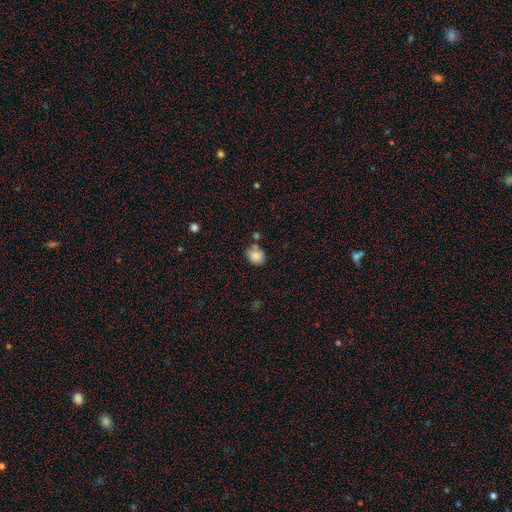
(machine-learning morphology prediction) smooth 85%, star or artifact 9%, featured or disk 6%. Down the decision tree: how rounded — round (69%); merging — none (65%).